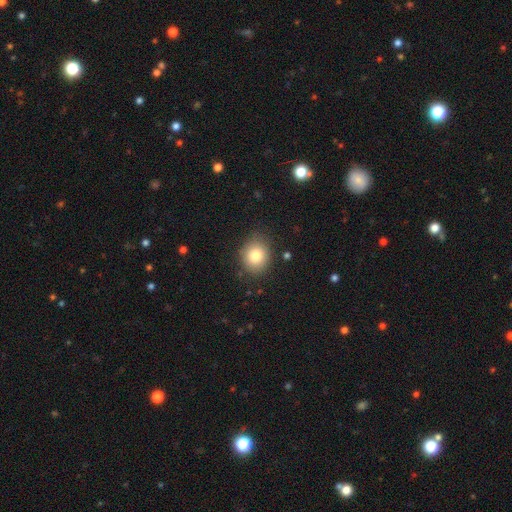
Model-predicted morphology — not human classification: A smooth galaxy with no disk features (80%) that is round (68%). Merging: none (83%).